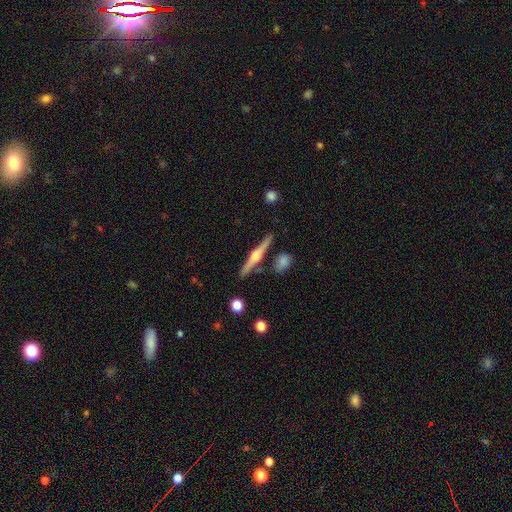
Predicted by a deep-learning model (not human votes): Smooth or featured? Predicted: featured or disk (p=0.76). Edge-on disk? Predicted: yes (p=0.98). Edge-on bulge? Predicted: rounded (p=0.94). Merging? Predicted: none (p=0.85).